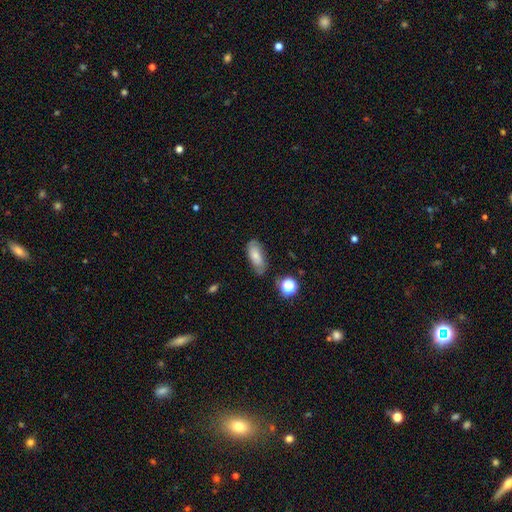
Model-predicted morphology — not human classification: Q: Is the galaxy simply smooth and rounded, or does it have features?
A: smooth — 68%.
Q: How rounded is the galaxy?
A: in between — 82%.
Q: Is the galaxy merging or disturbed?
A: none — 70%.